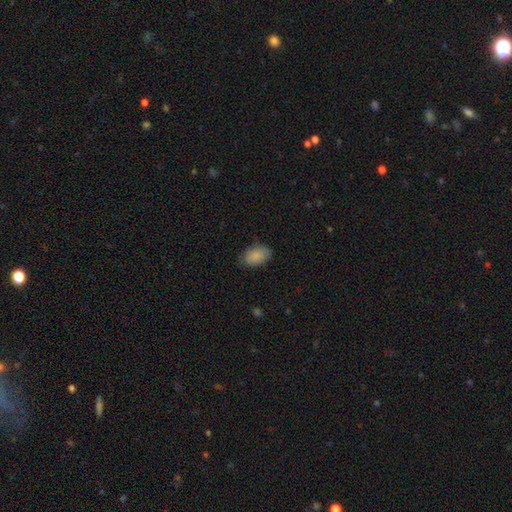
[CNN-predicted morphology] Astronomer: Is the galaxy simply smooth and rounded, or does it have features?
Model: smooth — 87%.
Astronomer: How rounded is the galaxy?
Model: in between — 91%.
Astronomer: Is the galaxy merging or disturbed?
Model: none — 78%.